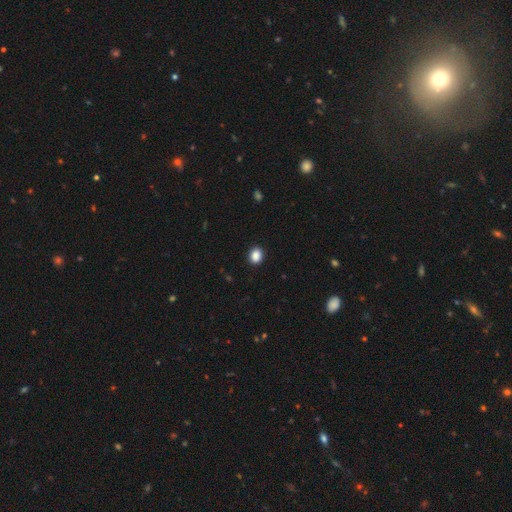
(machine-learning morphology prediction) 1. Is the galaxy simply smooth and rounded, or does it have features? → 88% smooth, 9% star or artifact, 3% featured or disk.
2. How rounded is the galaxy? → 52% in between, 47% round, 1% cigar-shaped.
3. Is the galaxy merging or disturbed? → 91% none, 7% minor disturbance, 2% major disturbance, 1% merger.